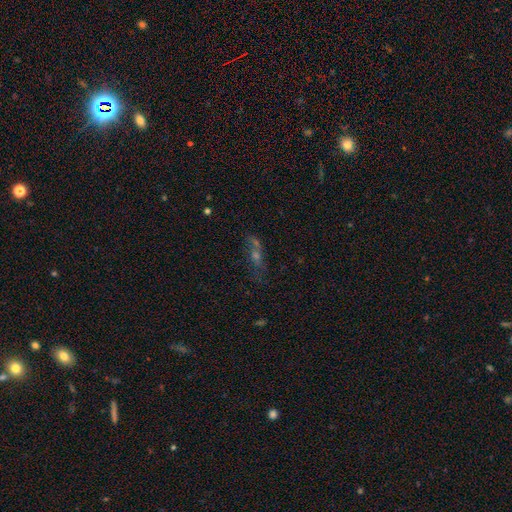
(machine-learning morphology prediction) This appears to be a featured or disk galaxy (38%). Merging: none (46%).